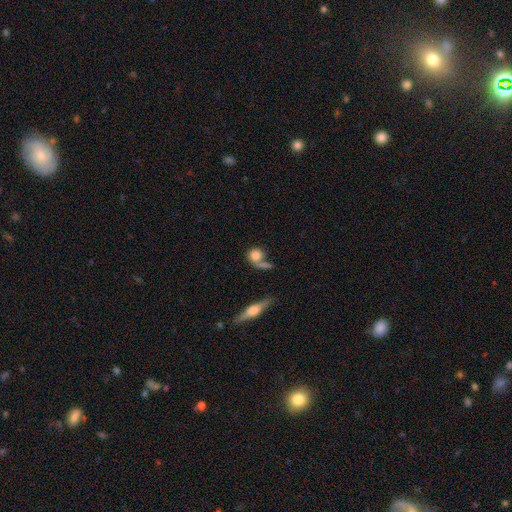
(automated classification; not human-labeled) Smooth or featured? smooth (75%)
How rounded? round (75%)
Merging? none (48%)